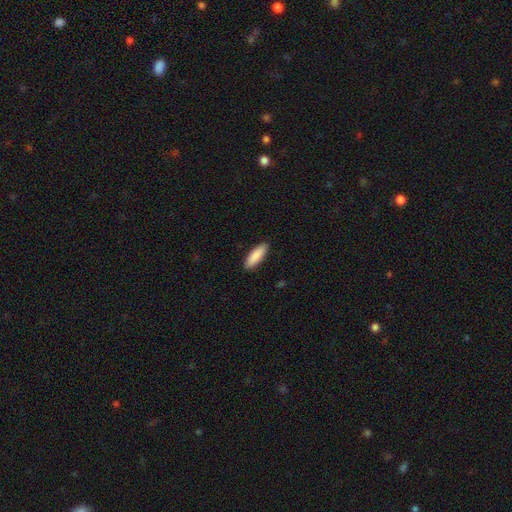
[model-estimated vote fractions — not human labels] This appears to be a smooth galaxy with no disk features (89%) that is in between round and cigar-shaped (55%). Merging: none (90%).